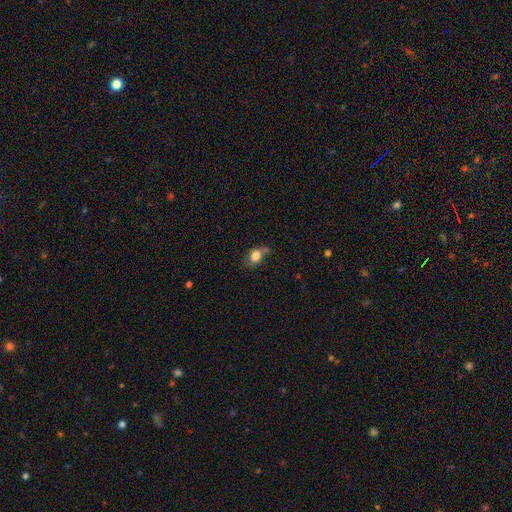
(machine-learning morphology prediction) The model was most divided on "merging": none: 48%, minor disturbance: 29%, merger: 12%, major disturbance: 11%. More confident: smooth or featured — smooth (77%); how rounded — in between (67%).